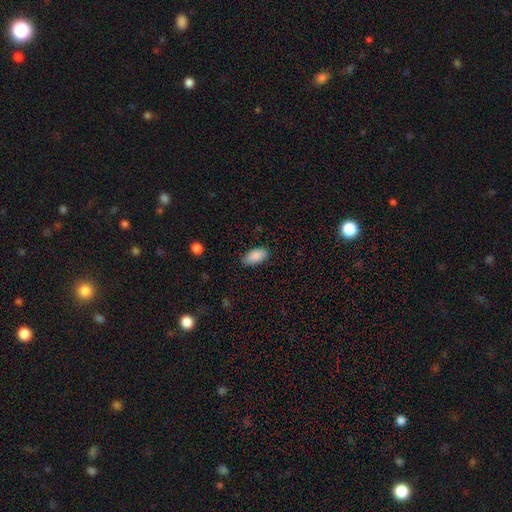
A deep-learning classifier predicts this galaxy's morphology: type=smooth (89%); roundness=in between (93%); merging=none (81%).